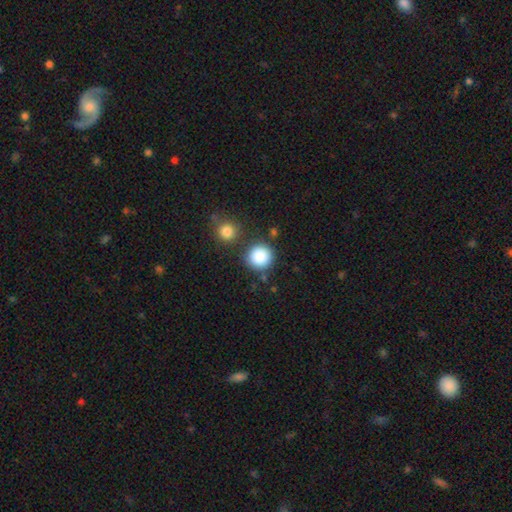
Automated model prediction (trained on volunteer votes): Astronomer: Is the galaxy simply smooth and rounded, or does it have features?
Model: smooth — 88%.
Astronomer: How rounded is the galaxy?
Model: round — 93%.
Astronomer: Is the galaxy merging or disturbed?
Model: none — 80%.